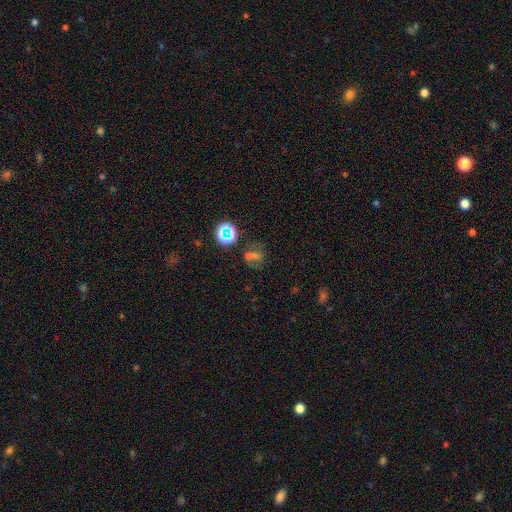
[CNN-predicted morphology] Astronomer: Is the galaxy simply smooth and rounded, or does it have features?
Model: star or artifact — 45% (runner-up: smooth, 38%).